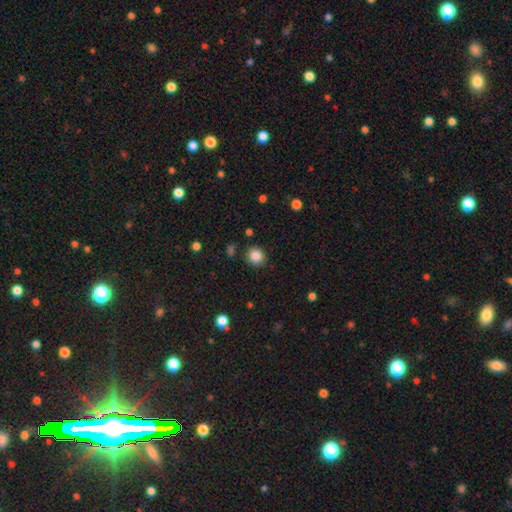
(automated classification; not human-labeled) smooth-or-featured: smooth: 85% | star or artifact: 11% | featured or disk: 4%
  how-rounded: round: 89% | in between: 10% | cigar-shaped: 1%
  merging: none: 88% | minor disturbance: 7% | major disturbance: 2% | merger: 2%